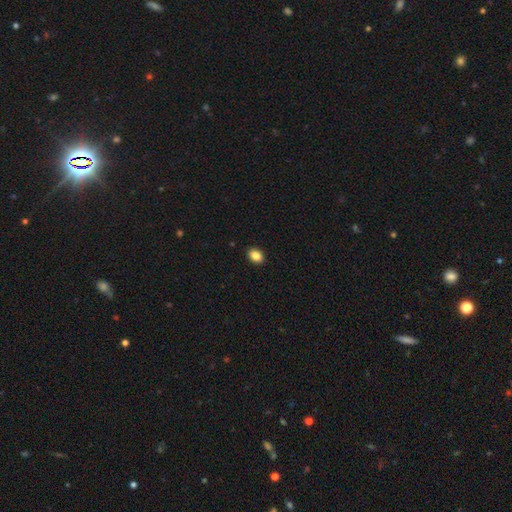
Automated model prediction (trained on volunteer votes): This appears to be a smooth galaxy with no disk features (87%) that is in between round and cigar-shaped (74%). Merging: none (90%).